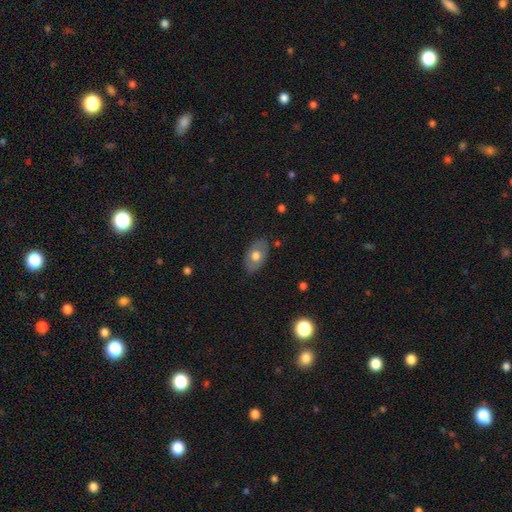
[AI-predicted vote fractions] smooth-or-featured: smooth: 63% | featured or disk: 30% | star or artifact: 7%
  how-rounded: in between: 89% | round: 10% | cigar-shaped: 1%
  merging: none: 83% | minor disturbance: 13% | major disturbance: 3% | merger: 1%